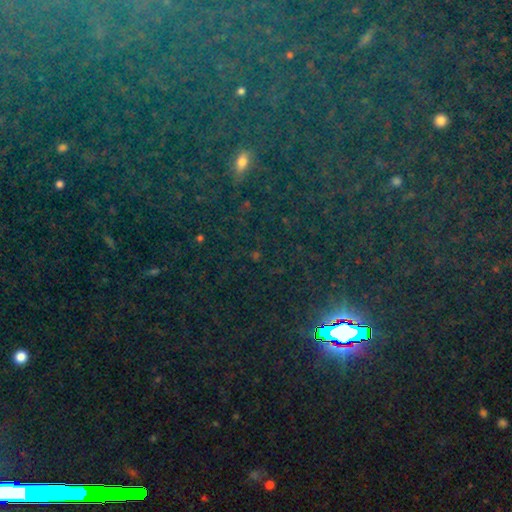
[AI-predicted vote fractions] star or artifact 83%, smooth 10%, featured or disk 7%.